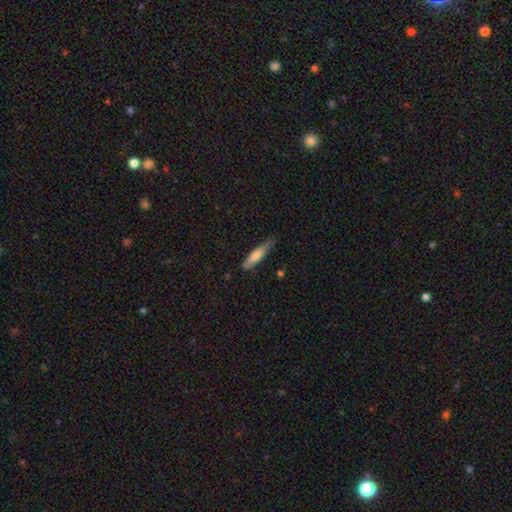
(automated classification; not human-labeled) A smooth galaxy with no disk features (69%) that is cigar-shaped (79%).

Vote fractions:
- Smooth or featured? smooth: 69% / featured or disk: 25% / star or artifact: 6%
- How rounded? cigar-shaped: 79% / in between: 20% / round: 2%
- Merging? none: 63% / minor disturbance: 29% / major disturbance: 6% / merger: 2%